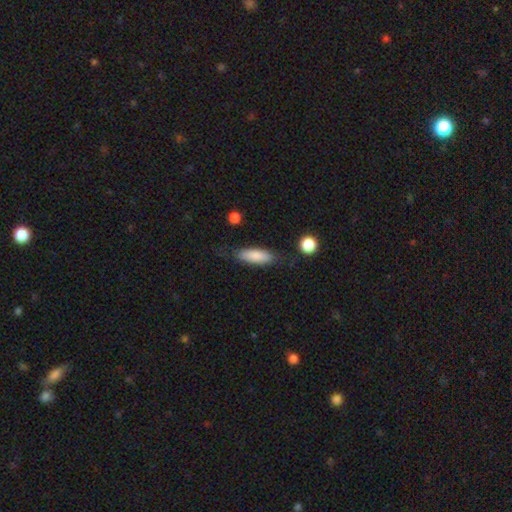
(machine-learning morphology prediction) Smooth or featured? Predicted: smooth (p=0.83). How rounded? Predicted: in between (p=0.53). Merging? Predicted: none (p=0.77).